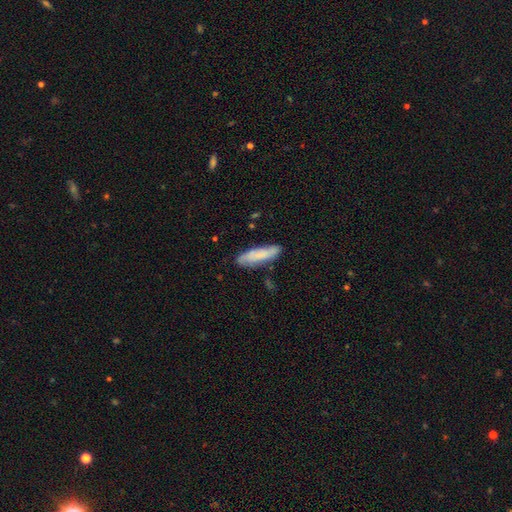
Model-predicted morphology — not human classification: Smooth or featured? Predicted: smooth (p=0.69). How rounded? Predicted: cigar-shaped (p=0.69). Merging? Predicted: none (p=0.79).